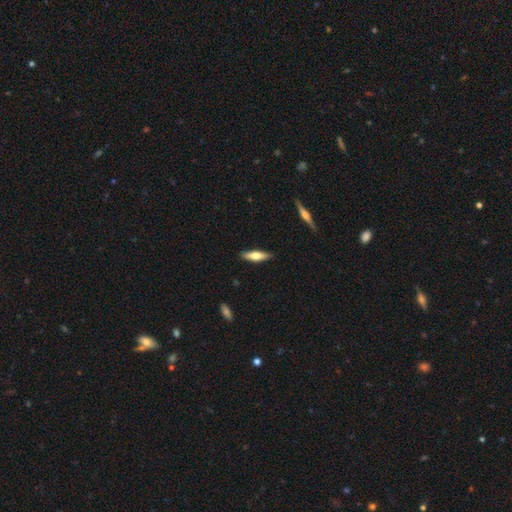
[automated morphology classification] type=smooth (56%); roundness=cigar-shaped (67%); merging=none (88%).